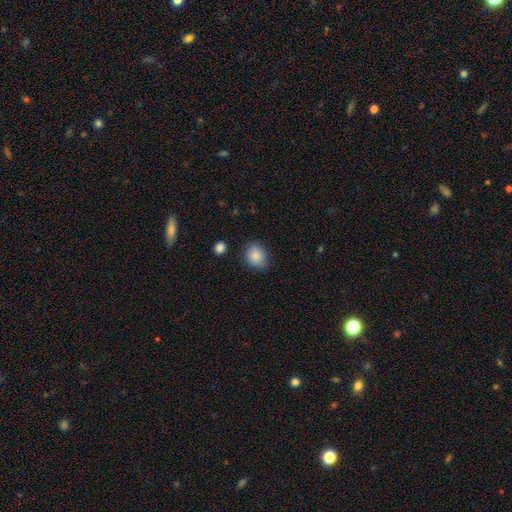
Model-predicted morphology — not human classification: The model was most divided on "how rounded": round: 63%, in between: 37%, cigar-shaped: 1%. More confident: smooth or featured — smooth (86%); merging — none (81%).